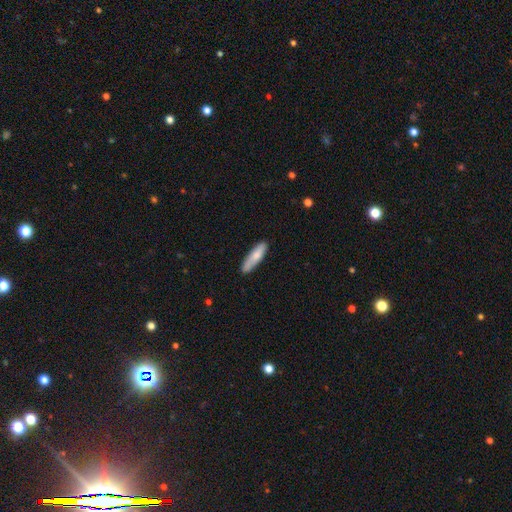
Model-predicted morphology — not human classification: smooth 76%, featured or disk 18%, star or artifact 5%. Down the decision tree: how rounded — cigar-shaped (70%); merging — none (82%).